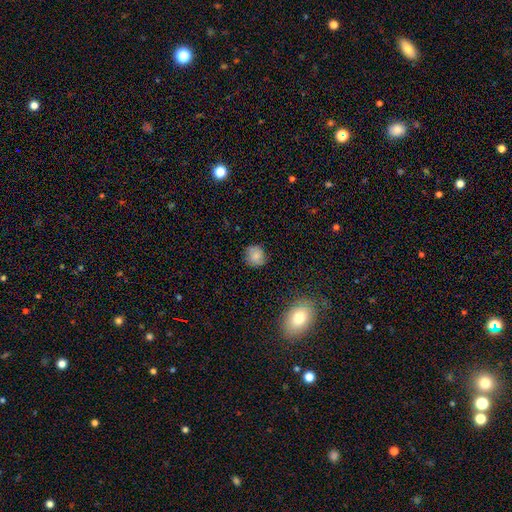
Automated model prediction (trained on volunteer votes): This is likely a smooth galaxy (77%). How rounded: clearly round (84%). Merging: likely none (78%).